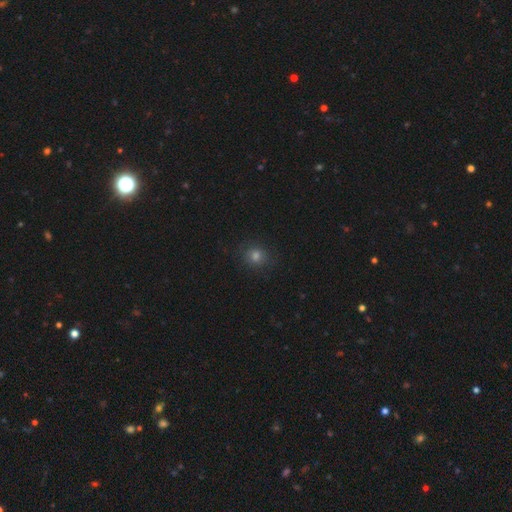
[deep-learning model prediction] smooth_or_featured: smooth (p=0.71) [alt: star or artifact p=0.20]
how_rounded: round (p=0.82) [alt: in between p=0.17]
merging: none (p=0.85) [alt: minor disturbance p=0.10]